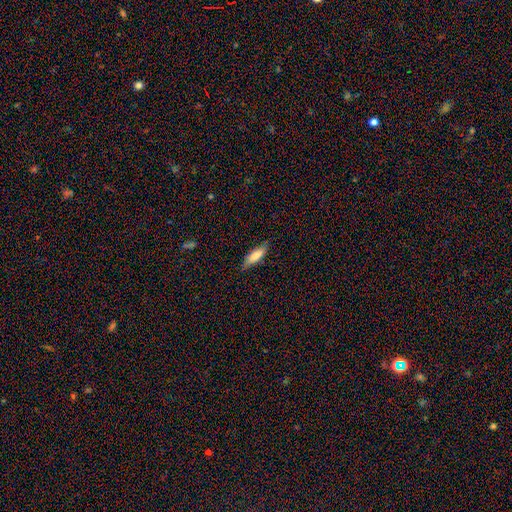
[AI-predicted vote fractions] Smooth or featured? Predicted: smooth (p=0.73). How rounded? Predicted: cigar-shaped (p=0.58). Merging? Predicted: none (p=0.80).